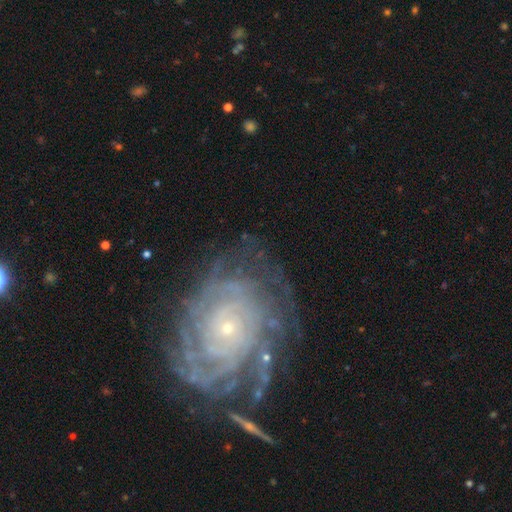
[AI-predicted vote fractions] The model was most divided on "spiral arm count": can't tell: 36%, more than 4: 21%, 4: 17%, 3: 10%, 2: 10%, 1: 7%. More confident: edge-on disk — no (96%); spiral arms — yes (95%); bulge size — small (86%); smooth or featured — featured or disk (84%); bar — no (81%); spiral winding — tight (81%); merging — none (68%).